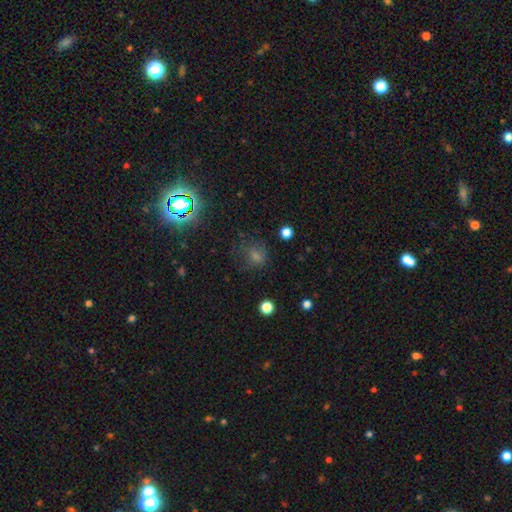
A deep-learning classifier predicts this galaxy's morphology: Smooth or featured? Predicted: smooth (p=0.44). Merging? Predicted: none (p=0.67).